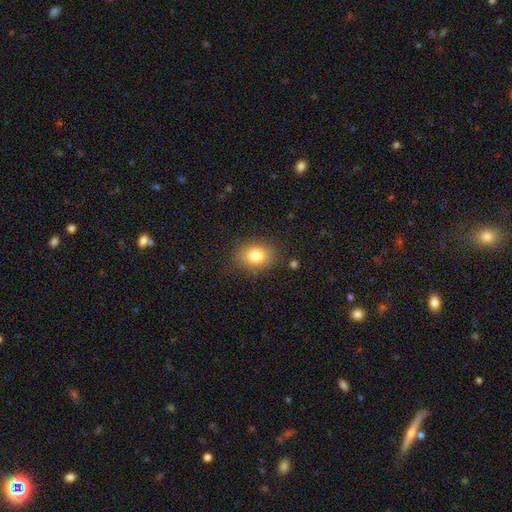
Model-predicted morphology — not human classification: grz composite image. It shows a smooth galaxy with no disk features (81%) that is in between round and cigar-shaped (59%). Merging: none (84%).